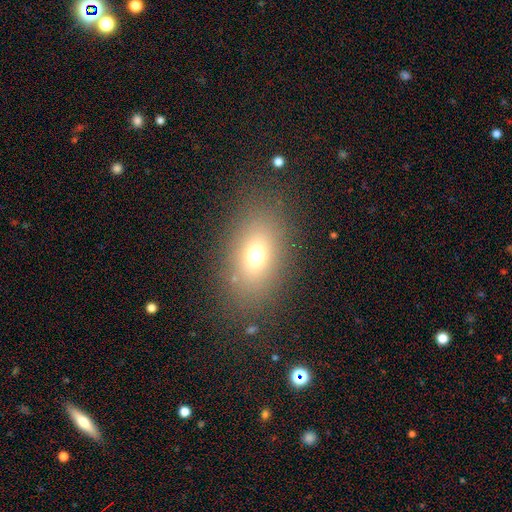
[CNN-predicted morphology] A smooth galaxy with no disk features (68%) that is in between round and cigar-shaped (77%).

Vote fractions:
- Smooth or featured? smooth: 68% / star or artifact: 17% / featured or disk: 15%
- How rounded? in between: 77% / round: 21% / cigar-shaped: 2%
- Merging? none: 82% / minor disturbance: 10% / major disturbance: 6% / merger: 2%